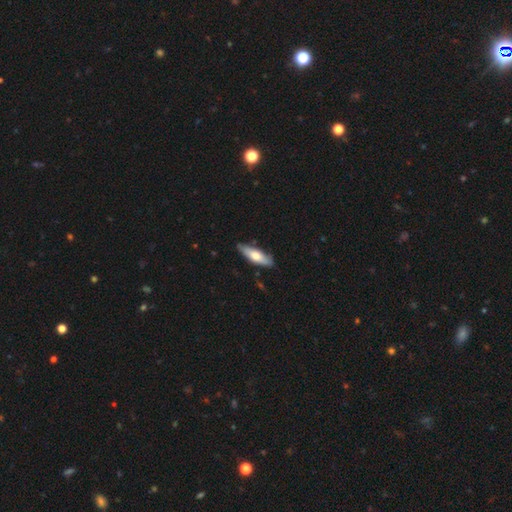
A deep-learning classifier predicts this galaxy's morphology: This is likely a smooth galaxy (61%). How rounded: possibly cigar-shaped (49%, tied with in between). Merging: clearly none (81%).